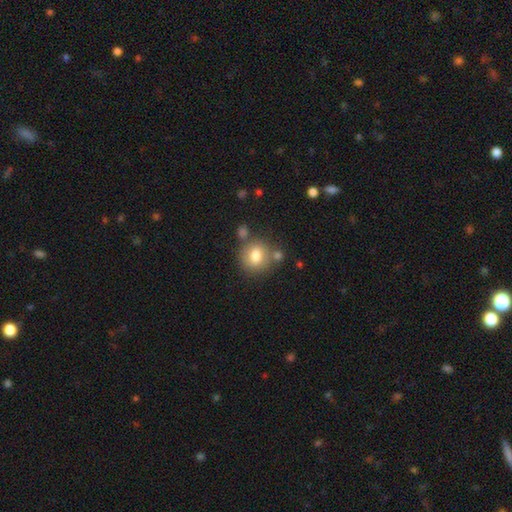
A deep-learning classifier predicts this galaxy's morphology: This appears to be a smooth galaxy with no disk features (76%) that is round (77%). Merging: none (69%).